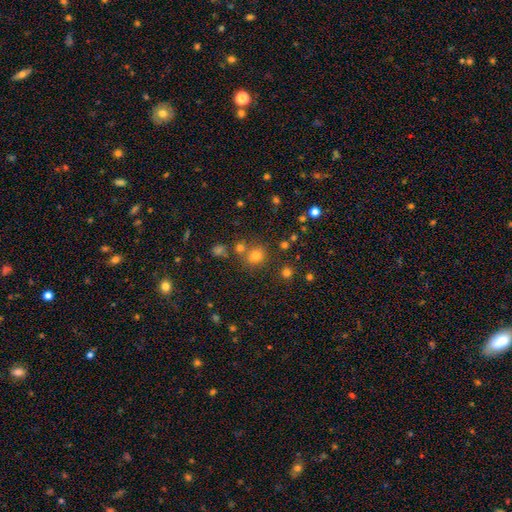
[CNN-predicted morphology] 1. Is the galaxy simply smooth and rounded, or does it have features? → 70% smooth, 22% star or artifact, 8% featured or disk.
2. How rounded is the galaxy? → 83% round, 16% in between, 1% cigar-shaped.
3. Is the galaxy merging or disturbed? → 71% none, 15% merger, 10% minor disturbance, 4% major disturbance.